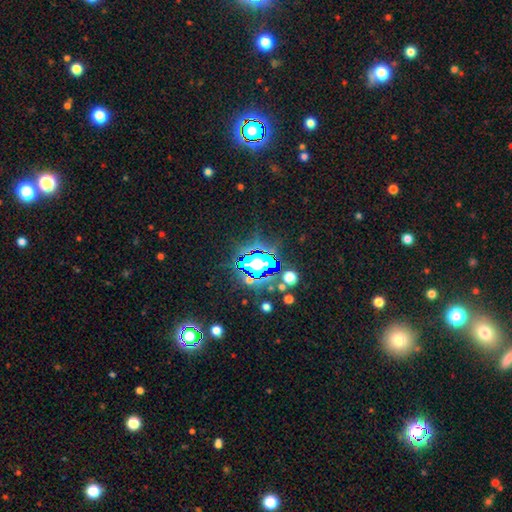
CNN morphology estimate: This is likely a star or artifact rather than a galaxy (74%).